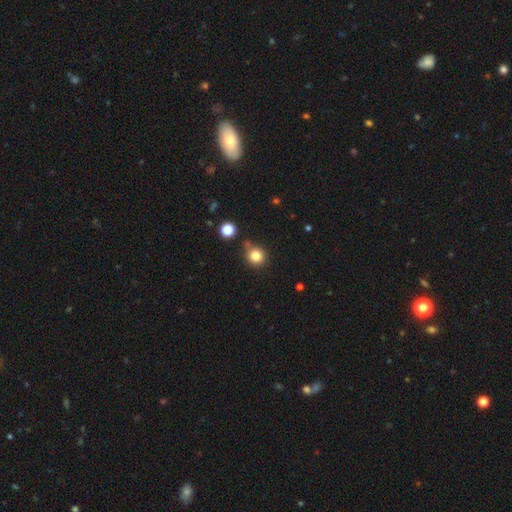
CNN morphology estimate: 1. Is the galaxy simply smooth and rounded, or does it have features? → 82% smooth, 13% star or artifact, 6% featured or disk.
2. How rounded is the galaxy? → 90% round, 9% in between, 1% cigar-shaped.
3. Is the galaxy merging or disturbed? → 74% none, 13% minor disturbance, 10% merger, 4% major disturbance.